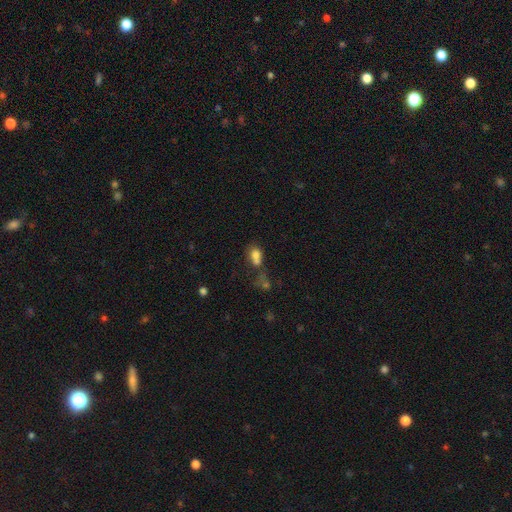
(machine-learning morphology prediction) smooth_or_featured: smooth (p=0.74) [alt: star or artifact p=0.13]
how_rounded: in between (p=0.66) [alt: round p=0.31]
merging: merger (p=0.47) [alt: none p=0.26]